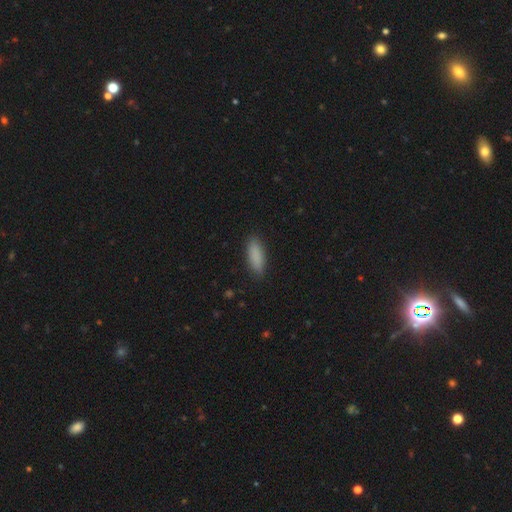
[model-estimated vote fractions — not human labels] smooth_or_featured: smooth (p=0.88) [alt: star or artifact p=0.07]
how_rounded: in between (p=0.52) [alt: cigar-shaped p=0.47]
merging: none (p=0.87) [alt: minor disturbance p=0.09]